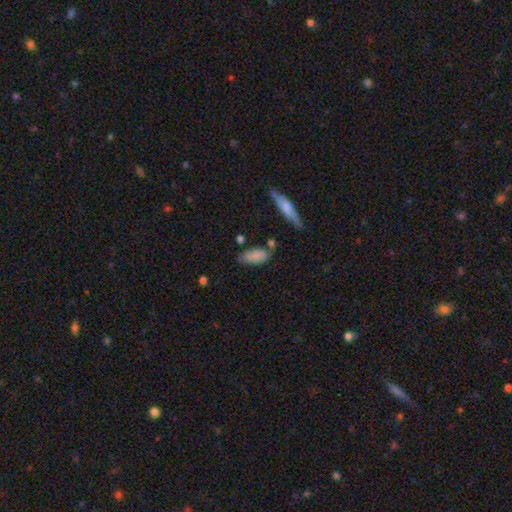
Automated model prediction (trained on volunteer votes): Overall: smooth (83%). How rounded: in between (83%). Merging: none (60%; minor disturbance 26%).